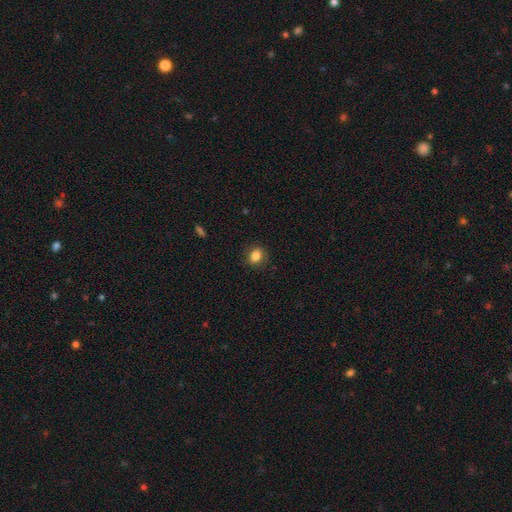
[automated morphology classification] smooth-or-featured: smooth: 84% | star or artifact: 10% | featured or disk: 6%
  how-rounded: round: 52% | in between: 47% | cigar-shaped: 1%
  merging: none: 84% | minor disturbance: 12% | major disturbance: 3% | merger: 1%